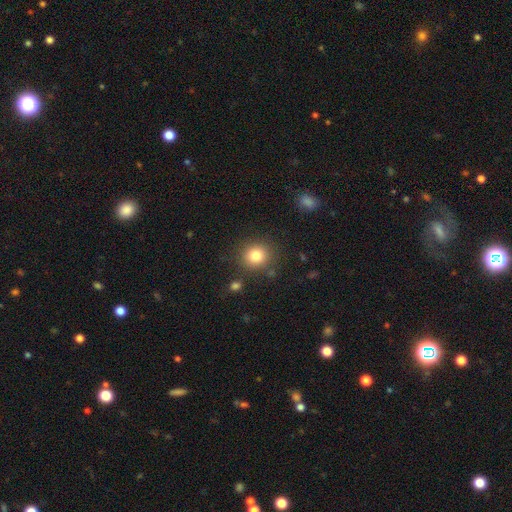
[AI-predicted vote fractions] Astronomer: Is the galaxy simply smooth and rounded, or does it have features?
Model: smooth — 82%.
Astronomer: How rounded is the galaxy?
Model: round — 86%.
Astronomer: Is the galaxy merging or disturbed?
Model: none — 84%.